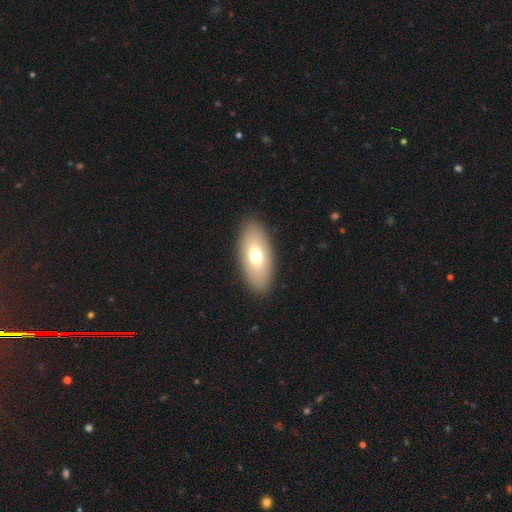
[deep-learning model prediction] Smooth or featured? Predicted: smooth (p=0.67). How rounded? Predicted: in between (p=0.88). Merging? Predicted: none (p=0.88).